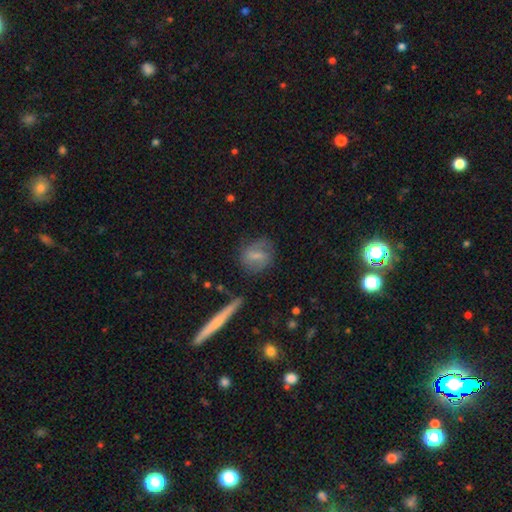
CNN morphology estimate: Smooth or featured?
  - featured or disk: 48% *
  - smooth: 43%
  - star or artifact: 8%
Merging?
  - none: 68% *
  - minor disturbance: 20%
  - major disturbance: 9%
  - merger: 3%